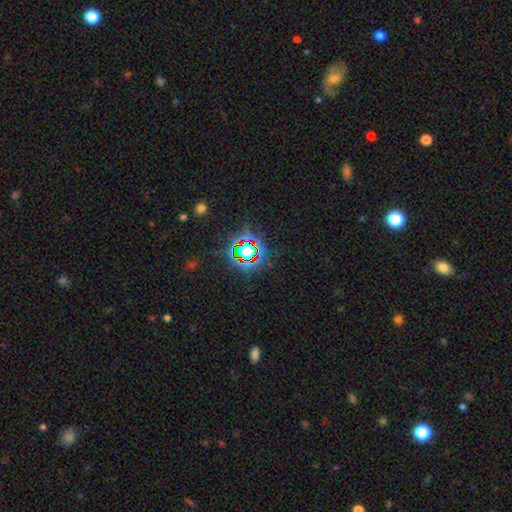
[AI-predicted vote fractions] Smooth or featured? star or artifact (78%)